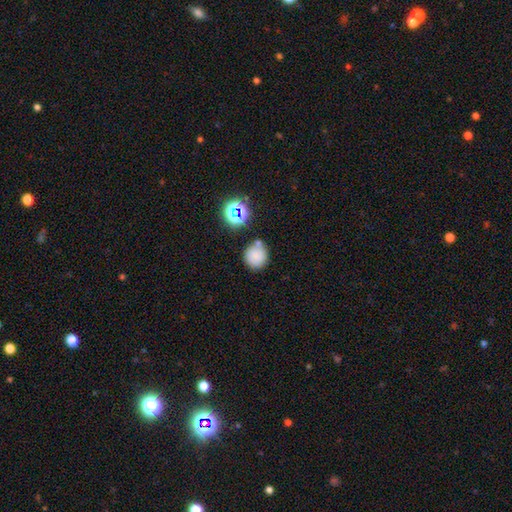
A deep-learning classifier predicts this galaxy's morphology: Smooth or featured? Predicted: smooth (p=0.79). How rounded? Predicted: round (p=0.90). Merging? Predicted: none (p=0.67).